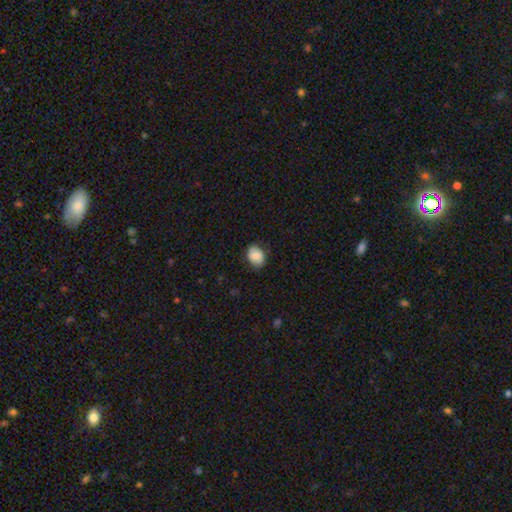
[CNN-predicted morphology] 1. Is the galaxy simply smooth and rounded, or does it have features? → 77% smooth, 15% featured or disk, 8% star or artifact.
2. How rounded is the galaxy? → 63% in between, 36% round, 1% cigar-shaped.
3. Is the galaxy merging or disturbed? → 80% none, 16% minor disturbance, 3% major disturbance, 1% merger.